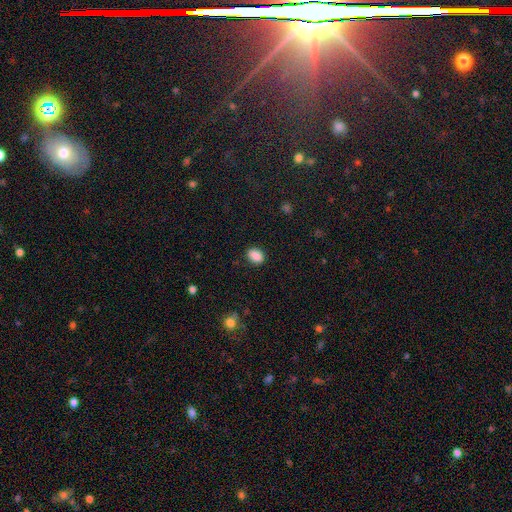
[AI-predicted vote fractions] Smooth or featured? smooth (88%)
How rounded? in between (72%)
Merging? none (87%)